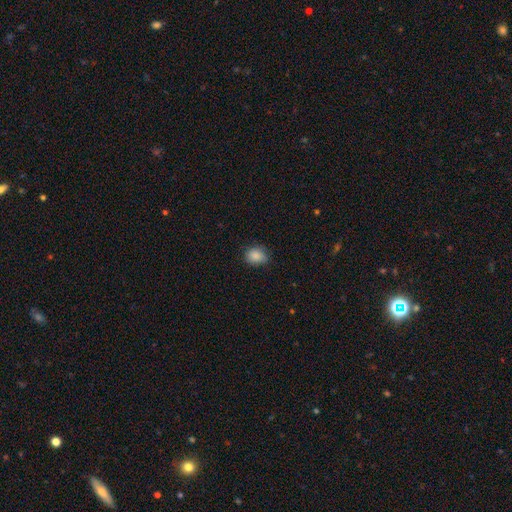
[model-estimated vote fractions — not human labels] Overall: smooth (87%). How rounded: in between (51%; round 48%). Merging: none (75%).